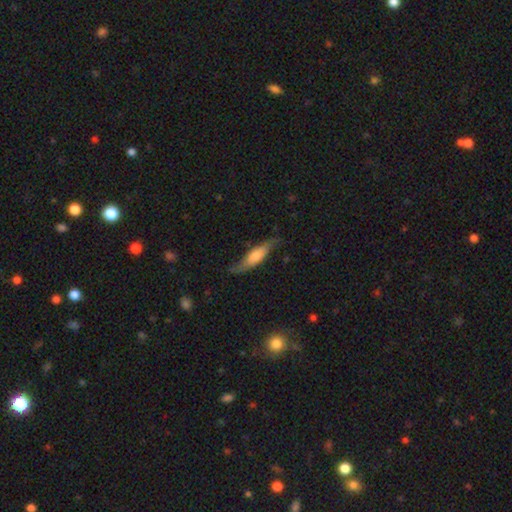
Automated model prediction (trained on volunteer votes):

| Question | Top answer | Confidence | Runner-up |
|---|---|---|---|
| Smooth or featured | featured or disk | 50% | smooth (44%) |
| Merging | none | 68% | minor disturbance (23%) |